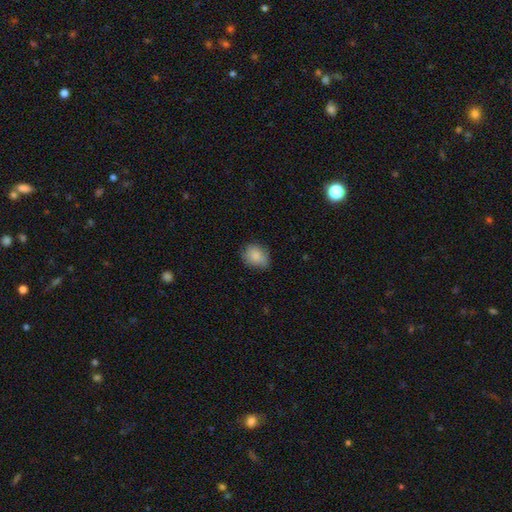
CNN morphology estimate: A smooth galaxy with no disk features (83%) that is round (57%). Merging: none (72%).